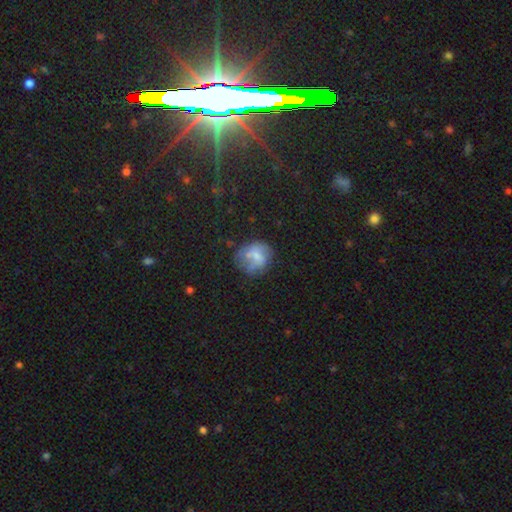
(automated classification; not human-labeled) smooth_or_featured: smooth (p=0.55) [alt: featured or disk p=0.32]
how_rounded: round (p=0.72) [alt: in between p=0.27]
merging: none (p=0.48) [alt: minor disturbance p=0.25]